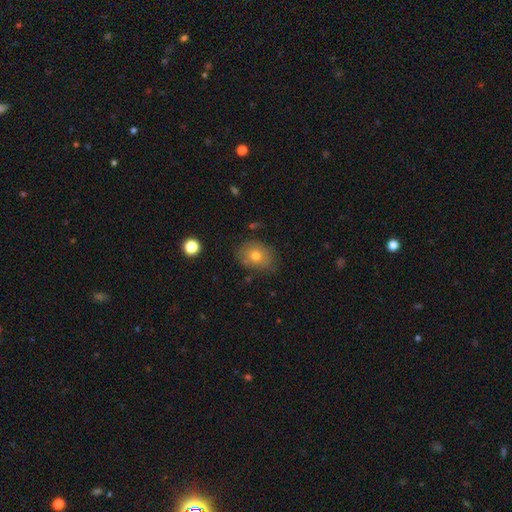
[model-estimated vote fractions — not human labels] Morphology: type=smooth (74%); roundness=in between (60%); merging=none (76%).